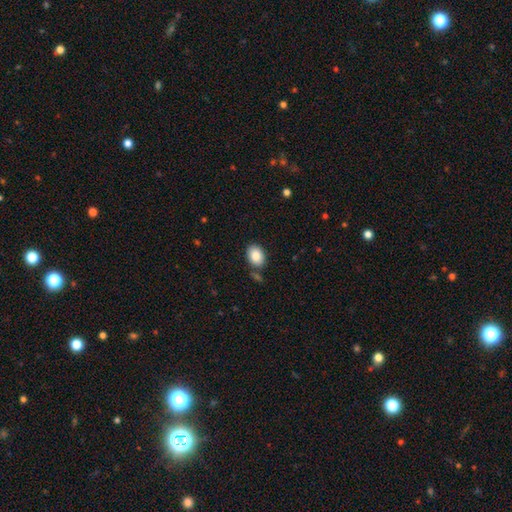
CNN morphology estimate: Smooth or featured?
  - smooth: 85% *
  - featured or disk: 8%
  - star or artifact: 7%
How rounded?
  - in between: 77% *
  - round: 22%
  - cigar-shaped: 1%
Merging?
  - none: 79% *
  - minor disturbance: 11%
  - merger: 6%
  - major disturbance: 3%